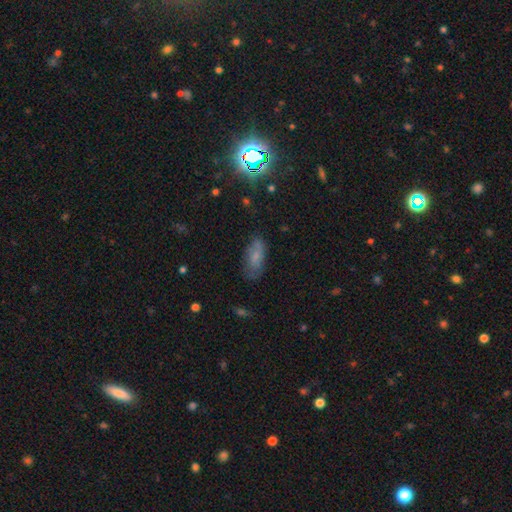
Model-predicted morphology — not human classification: smooth 55%, featured or disk 29%, star or artifact 16%. Down the decision tree: how rounded — in between (84%); merging — none (67%).